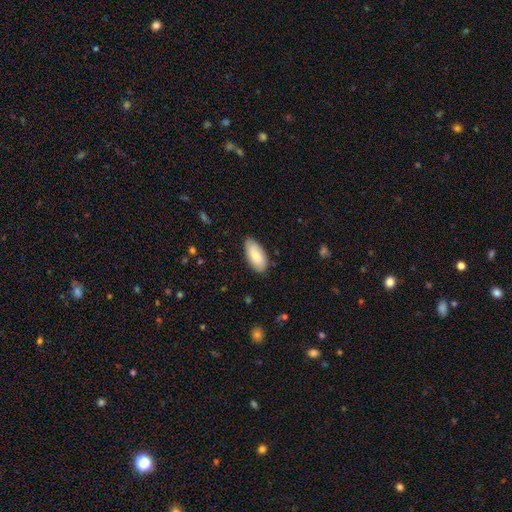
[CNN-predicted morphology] This is likely a smooth galaxy (79%). How rounded: clearly in between (93%). Merging: clearly none (84%).